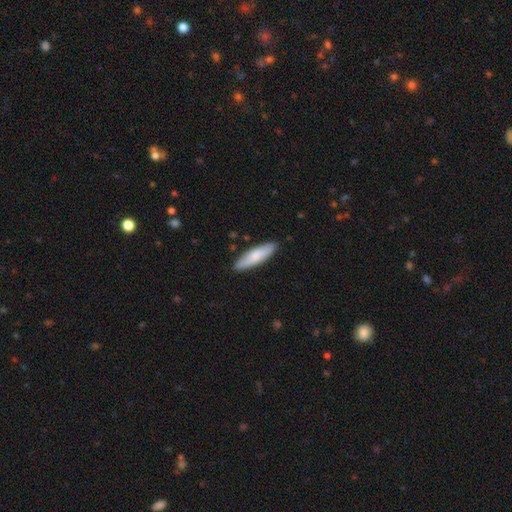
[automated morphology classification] Smooth or featured? smooth (78%)
How rounded? cigar-shaped (64%)
Merging? none (88%)